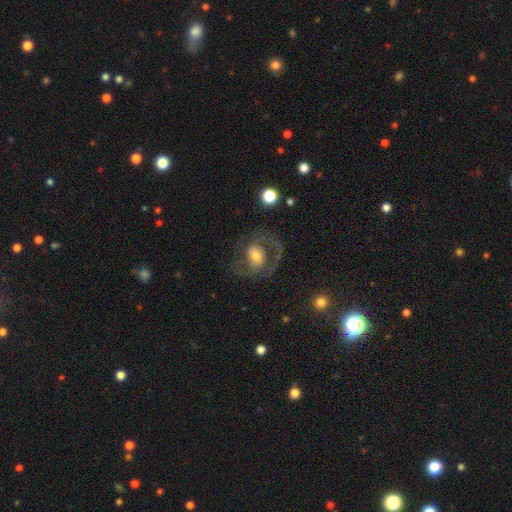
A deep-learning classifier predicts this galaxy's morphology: Smooth or featured? featured or disk (70%)
Edge-on disk? no (97%)
Bar? no (51%)
Spiral arms? yes (79%)
Spiral winding? medium (54%)
Spiral arm count? 2 (79%)
Bulge size? moderate (61%)
Merging? none (60%)